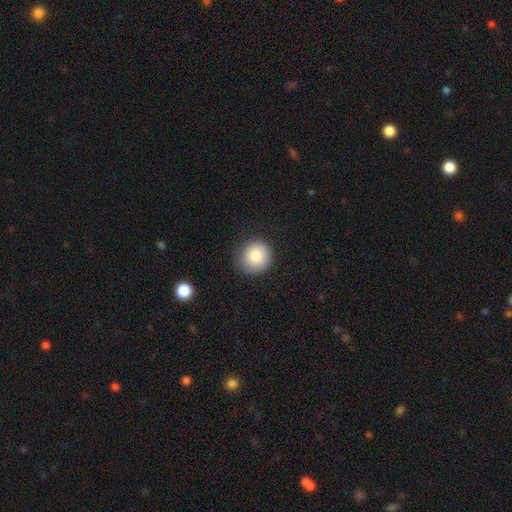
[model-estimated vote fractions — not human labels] smooth_or_featured: smooth (p=0.84) [alt: star or artifact p=0.08]
how_rounded: round (p=0.93) [alt: in between p=0.06]
merging: none (p=0.82) [alt: minor disturbance p=0.13]